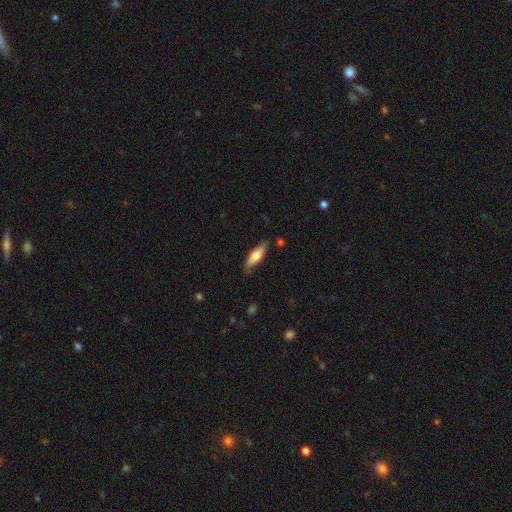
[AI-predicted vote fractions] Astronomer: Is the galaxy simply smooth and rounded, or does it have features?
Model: smooth — 64%.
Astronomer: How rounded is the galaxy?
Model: cigar-shaped — 61% (runner-up: in between, 37%).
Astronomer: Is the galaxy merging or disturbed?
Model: none — 76%.